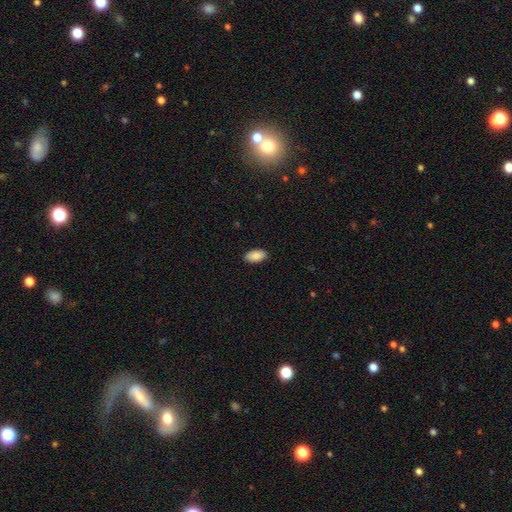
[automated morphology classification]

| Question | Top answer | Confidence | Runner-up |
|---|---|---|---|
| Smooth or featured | smooth | 88% | star or artifact (7%) |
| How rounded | in between | 95% | cigar-shaped (3%) |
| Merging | none | 89% | minor disturbance (8%) |